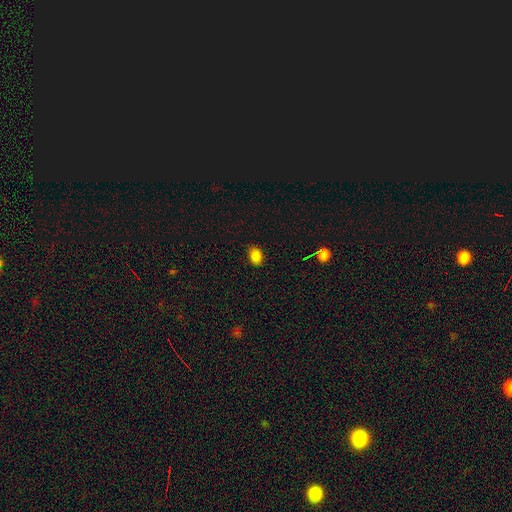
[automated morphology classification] A smooth galaxy with no disk features (84%) that is in between round and cigar-shaped (77%).

Vote fractions:
- Smooth or featured? smooth: 84% / star or artifact: 12% / featured or disk: 4%
- How rounded? in between: 77% / round: 22% / cigar-shaped: 1%
- Merging? none: 84% / minor disturbance: 12% / major disturbance: 3% / merger: 1%